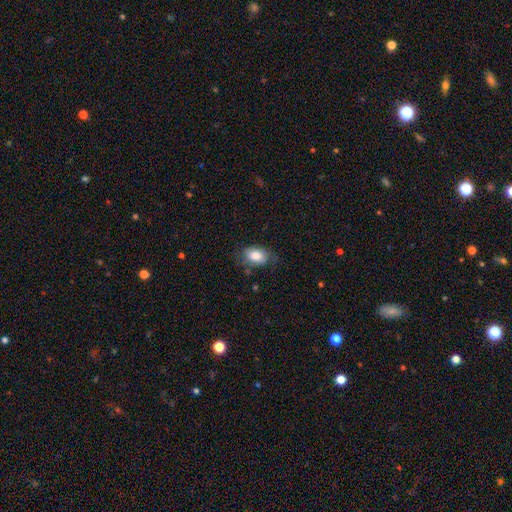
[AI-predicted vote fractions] The model was most divided on "merging": none: 65%, minor disturbance: 25%, major disturbance: 9%, merger: 2%. More confident: how rounded — in between (86%); smooth or featured — smooth (79%).